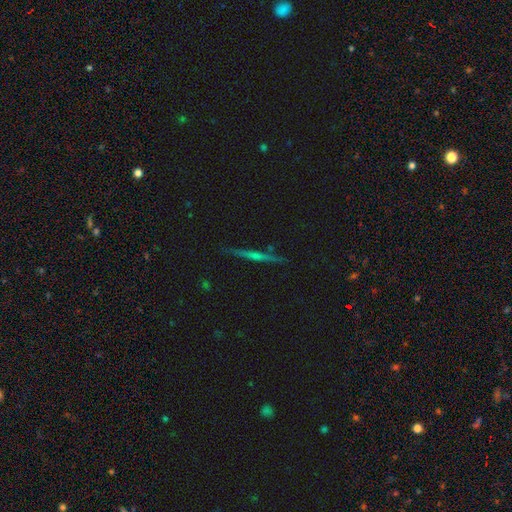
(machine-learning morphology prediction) This is likely a featured or disk galaxy (66%). It is clearly viewed edge-on (95%). Edge-on bulge: likely rounded (63%). Merging: clearly none (87%).